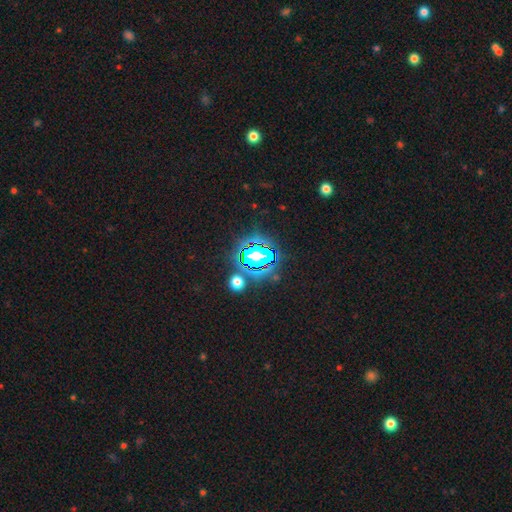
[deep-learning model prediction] Smooth or featured?
  - star or artifact: 80% *
  - smooth: 13%
  - featured or disk: 7%